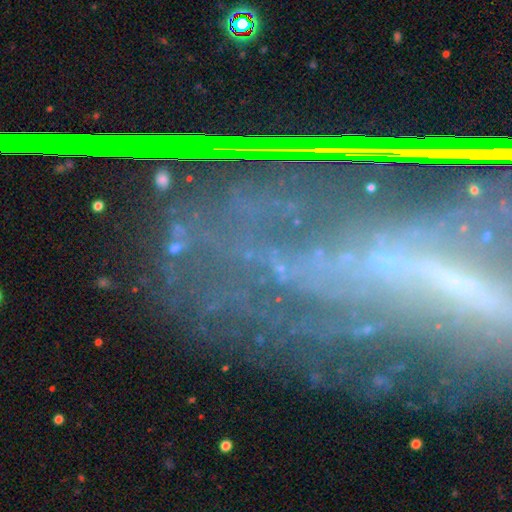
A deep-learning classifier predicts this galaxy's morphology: This is possibly a featured or disk galaxy (47%). Merging: likely none (62%).